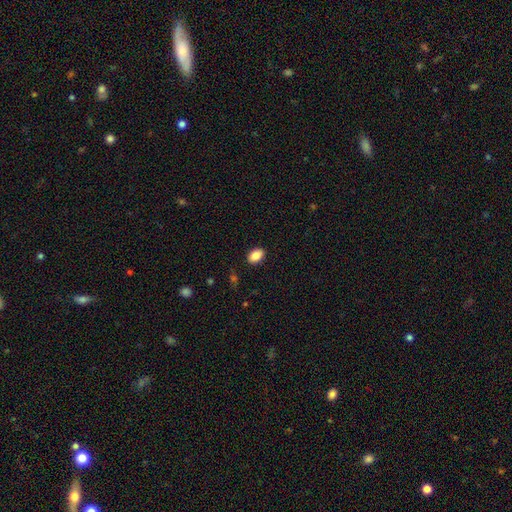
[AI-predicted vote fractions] The model was most divided on "how rounded": in between: 85%, round: 14%, cigar-shaped: 1%. More confident: merging — none (89%); smooth or featured — smooth (87%).